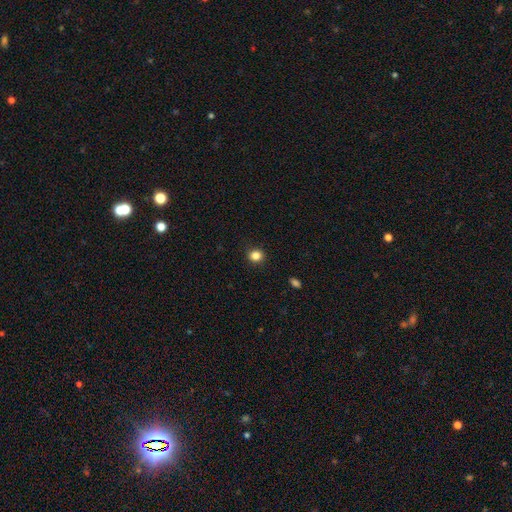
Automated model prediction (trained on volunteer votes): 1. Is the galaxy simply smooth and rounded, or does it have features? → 84% smooth, 12% star or artifact, 4% featured or disk.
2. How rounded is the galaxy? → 80% round, 19% in between, 1% cigar-shaped.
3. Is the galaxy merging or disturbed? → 91% none, 6% minor disturbance, 2% major disturbance, 1% merger.